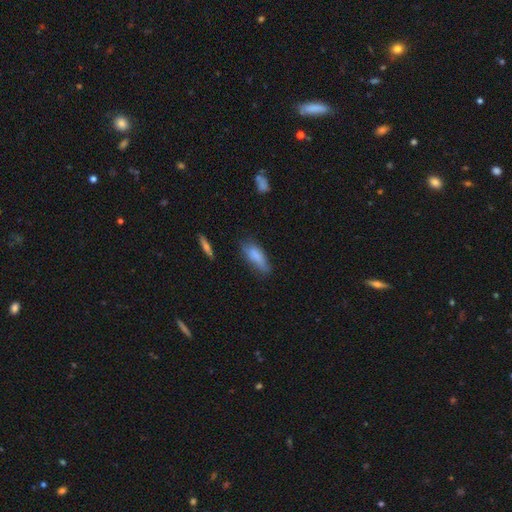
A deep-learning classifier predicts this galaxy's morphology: smooth 80%, featured or disk 12%, star or artifact 8%. Down the decision tree: how rounded — in between (61%); merging — none (61%).